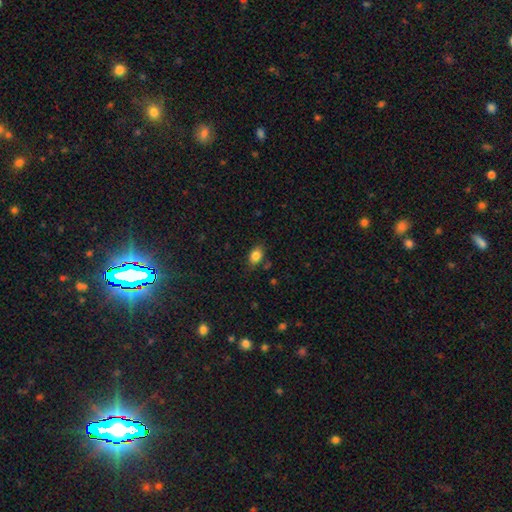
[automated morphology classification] smooth 84%, star or artifact 10%, featured or disk 6%. Down the decision tree: how rounded — in between (81%); merging — none (78%).